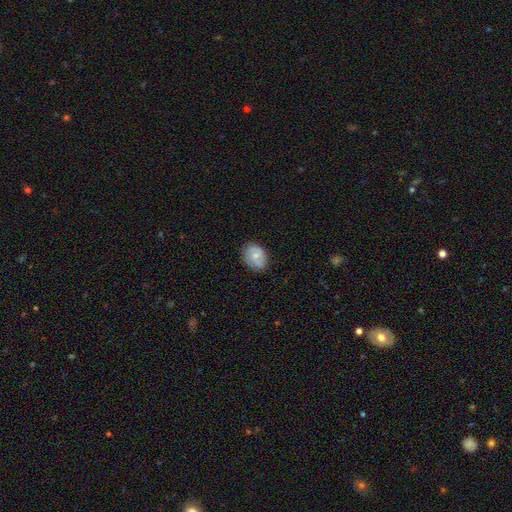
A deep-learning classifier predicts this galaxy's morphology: smooth-or-featured: smooth: 60% | featured or disk: 33% | star or artifact: 7%
  how-rounded: in between: 68% | round: 31% | cigar-shaped: 1%
  merging: none: 74% | minor disturbance: 20% | major disturbance: 4% | merger: 1%